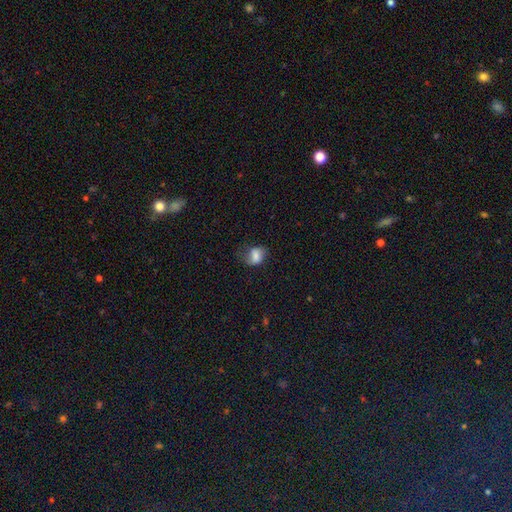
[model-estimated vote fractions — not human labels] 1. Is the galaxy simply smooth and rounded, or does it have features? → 72% smooth, 18% featured or disk, 9% star or artifact.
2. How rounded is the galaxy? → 63% in between, 36% round, 2% cigar-shaped.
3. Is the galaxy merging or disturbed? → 57% none, 28% minor disturbance, 13% major disturbance, 2% merger.